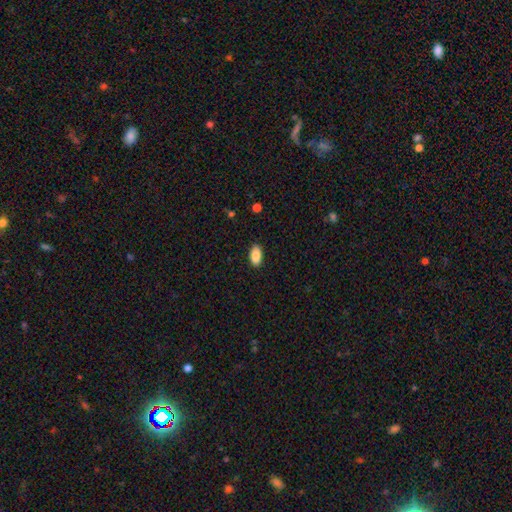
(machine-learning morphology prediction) Overall: smooth (88%). How rounded: in between (92%). Merging: none (89%).